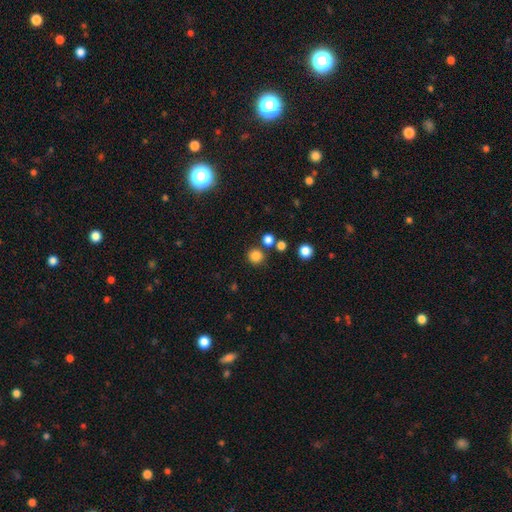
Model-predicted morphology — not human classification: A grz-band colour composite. It shows a smooth galaxy with no disk features (82%) that is round (93%). Merging: none (82%).